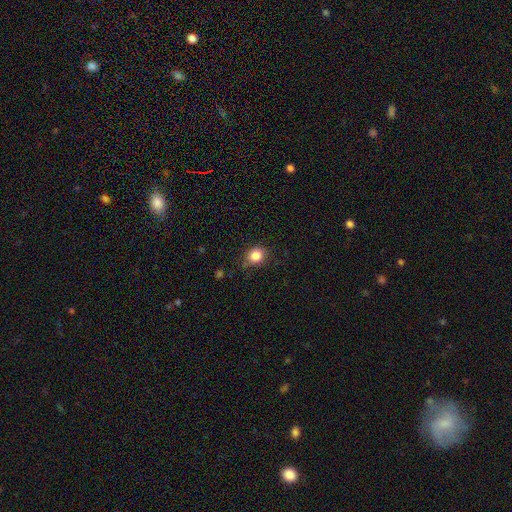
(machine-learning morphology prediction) Smooth or featured? Predicted: smooth (p=0.84). How rounded? Predicted: round (p=0.68). Merging? Predicted: none (p=0.74).